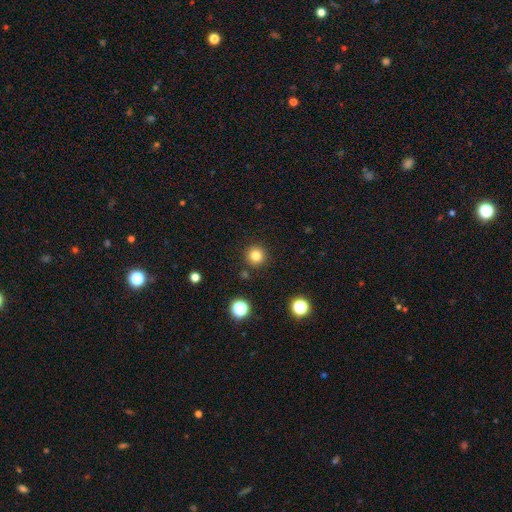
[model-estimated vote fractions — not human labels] A smooth galaxy with no disk features (81%) that is round (95%). Merging: none (90%).